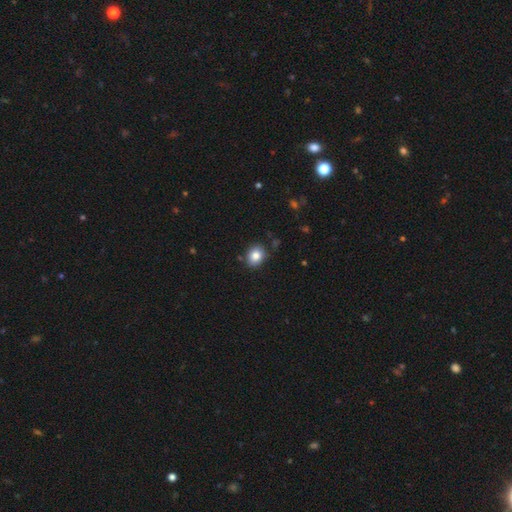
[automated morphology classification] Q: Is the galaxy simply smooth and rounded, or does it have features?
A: smooth — 83%.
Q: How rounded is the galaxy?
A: in between — 50%.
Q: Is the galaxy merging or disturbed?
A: none — 85%.